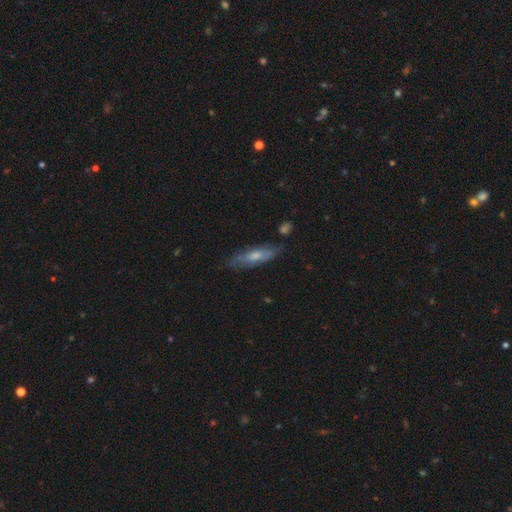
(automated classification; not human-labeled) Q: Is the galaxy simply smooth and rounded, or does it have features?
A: smooth — 50%.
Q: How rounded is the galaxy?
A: cigar-shaped — 59%.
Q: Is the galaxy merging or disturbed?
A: none — 71%.